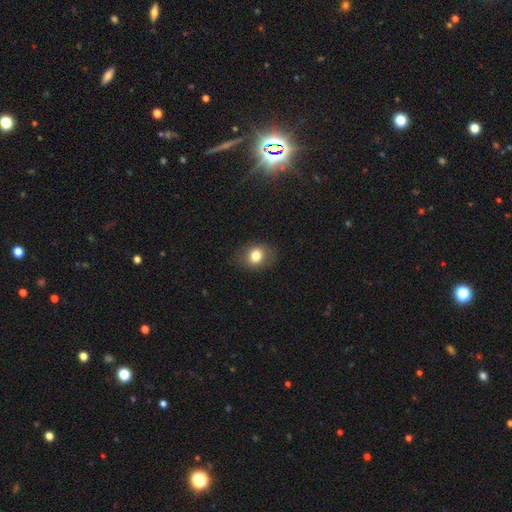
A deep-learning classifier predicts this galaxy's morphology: A smooth galaxy with no disk features (78%) that is in between round and cigar-shaped (55%). Merging: none (82%).